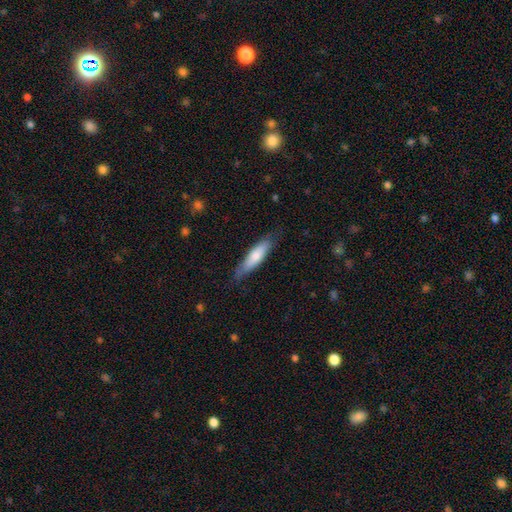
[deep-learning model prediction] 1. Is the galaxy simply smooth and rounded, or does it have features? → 74% smooth, 21% featured or disk, 5% star or artifact.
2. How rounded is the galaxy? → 70% cigar-shaped, 29% in between, 1% round.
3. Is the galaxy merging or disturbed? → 76% none, 19% minor disturbance, 4% major disturbance, 1% merger.